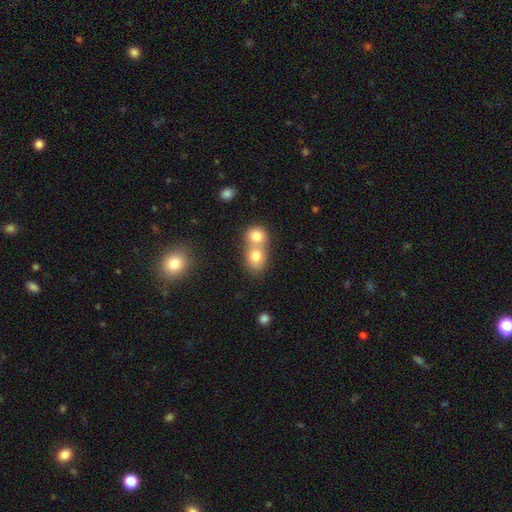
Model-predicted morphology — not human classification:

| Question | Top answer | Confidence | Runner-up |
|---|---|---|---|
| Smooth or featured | smooth | 76% | featured or disk (14%) |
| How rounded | round | 64% | in between (35%) |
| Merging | merger | 64% | none (29%) |